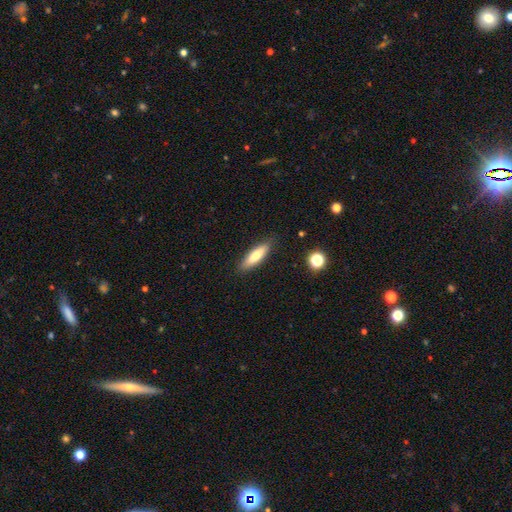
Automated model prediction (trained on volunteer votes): A smooth galaxy with no disk features (74%) that is cigar-shaped (65%).

Vote fractions:
- Smooth or featured? smooth: 74% / featured or disk: 20% / star or artifact: 6%
- How rounded? cigar-shaped: 65% / in between: 33% / round: 2%
- Merging? none: 87% / minor disturbance: 10% / major disturbance: 2% / merger: 1%